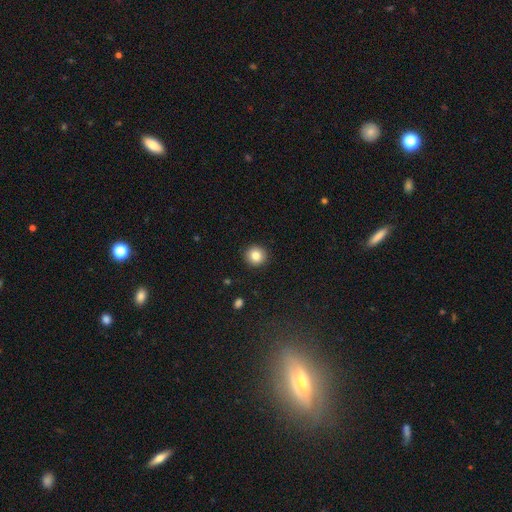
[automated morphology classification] The model was most divided on "smooth or featured": smooth: 84%, star or artifact: 10%, featured or disk: 7%. More confident: how rounded — round (95%); merging — none (93%).